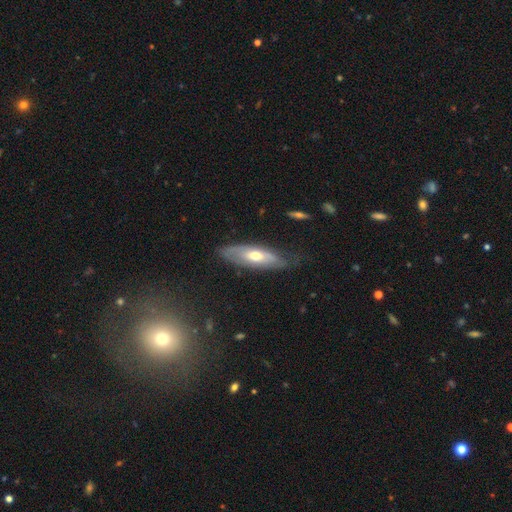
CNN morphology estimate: Smooth or featured?
  - featured or disk: 51% *
  - smooth: 43%
  - star or artifact: 6%
Edge-on disk?
  - no: 65% *
  - yes: 35%
Merging?
  - none: 68% *
  - minor disturbance: 24%
  - major disturbance: 7%
  - merger: 2%